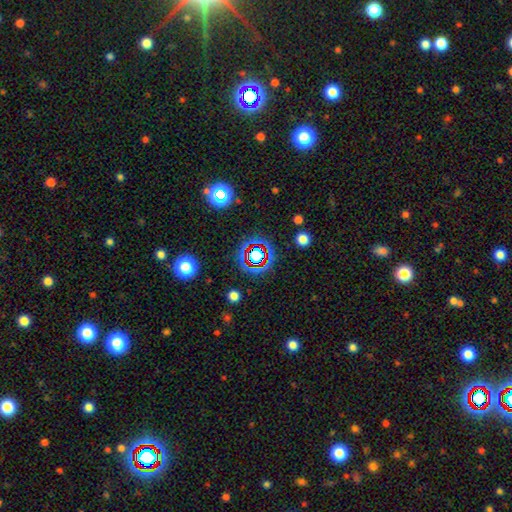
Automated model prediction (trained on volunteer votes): Smooth or featured? Predicted: star or artifact (p=0.61).